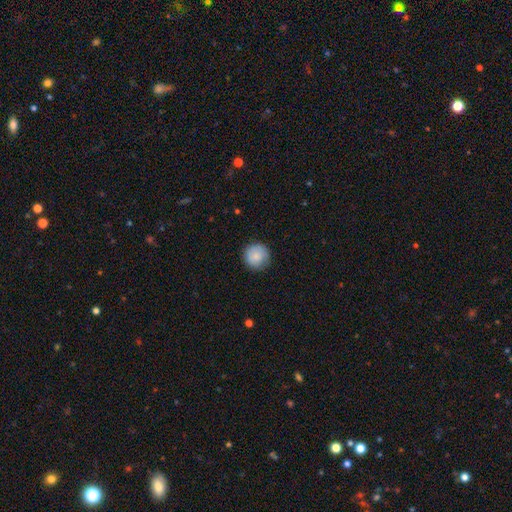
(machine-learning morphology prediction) smooth-or-featured: smooth: 84% | featured or disk: 9% | star or artifact: 7%
  how-rounded: round: 95% | in between: 4% | cigar-shaped: 1%
  merging: none: 86% | minor disturbance: 10% | major disturbance: 2% | merger: 1%